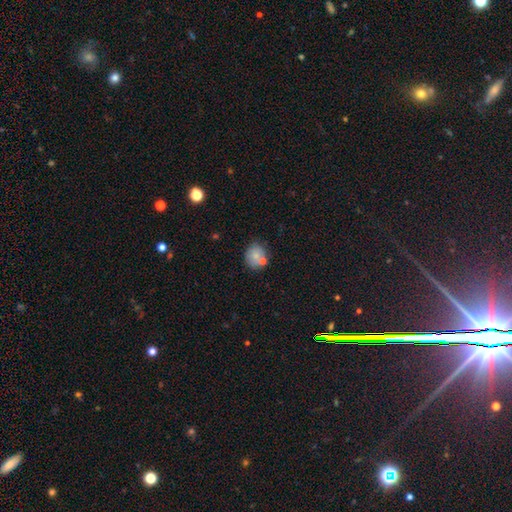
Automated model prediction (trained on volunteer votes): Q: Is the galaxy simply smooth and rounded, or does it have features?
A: smooth — 78%.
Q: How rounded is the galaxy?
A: round — 77%.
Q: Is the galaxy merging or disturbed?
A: none — 67%.